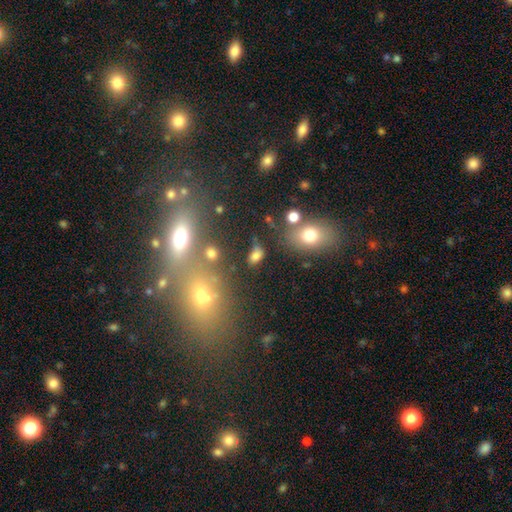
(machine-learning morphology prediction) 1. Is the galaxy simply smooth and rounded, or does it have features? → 73% smooth, 15% star or artifact, 11% featured or disk.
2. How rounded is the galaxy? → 80% in between, 16% round, 3% cigar-shaped.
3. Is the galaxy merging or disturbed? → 54% none, 21% minor disturbance, 14% merger, 11% major disturbance.